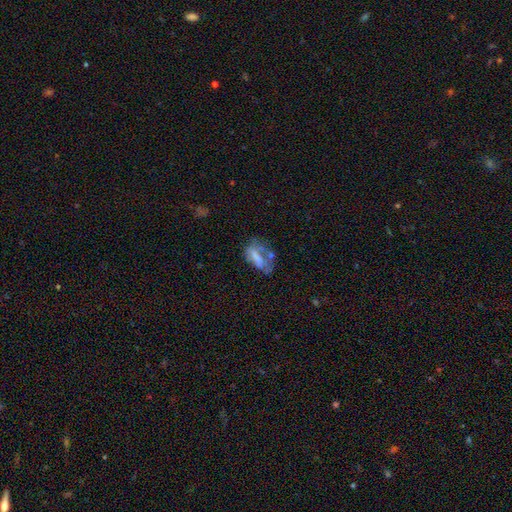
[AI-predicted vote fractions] Overall: smooth (46%; featured or disk 40%). Merging: none (33%; major disturbance 30%).